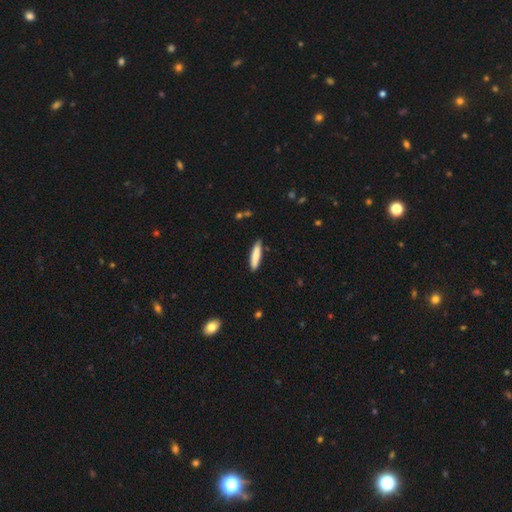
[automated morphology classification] Q: Smooth or featured?
A: smooth (81%); runner-up: featured or disk (13%)
Q: How rounded?
A: cigar-shaped (82%); runner-up: in between (17%)
Q: Merging?
A: none (85%); runner-up: minor disturbance (11%)